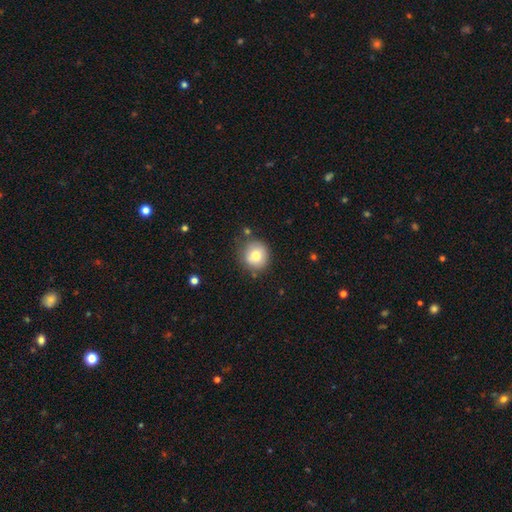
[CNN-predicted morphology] Q: Smooth or featured?
A: smooth (78%); runner-up: featured or disk (12%)
Q: How rounded?
A: round (90%); runner-up: in between (9%)
Q: Merging?
A: none (79%); runner-up: minor disturbance (14%)